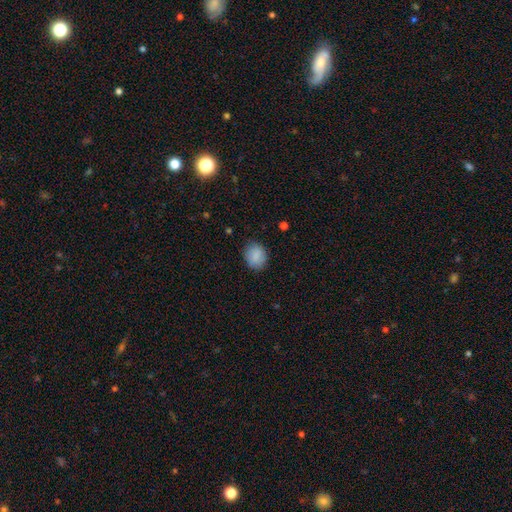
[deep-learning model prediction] smooth 86%, star or artifact 7%, featured or disk 6%. Down the decision tree: how rounded — round (54%); merging — none (83%).